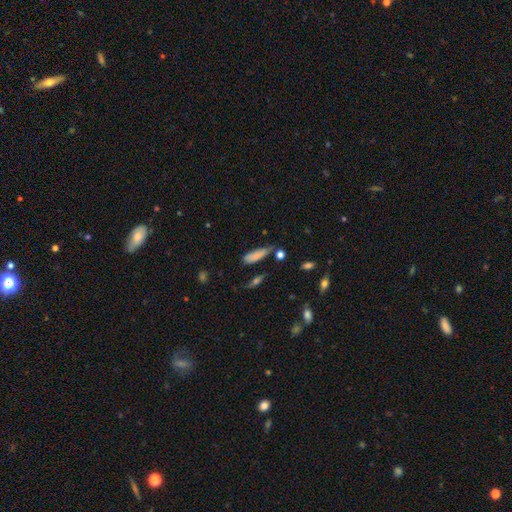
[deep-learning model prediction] smooth_or_featured: smooth (p=0.80) [alt: featured or disk p=0.11]
how_rounded: cigar-shaped (p=0.55) [alt: in between p=0.43]
merging: none (p=0.55) [alt: minor disturbance p=0.29]